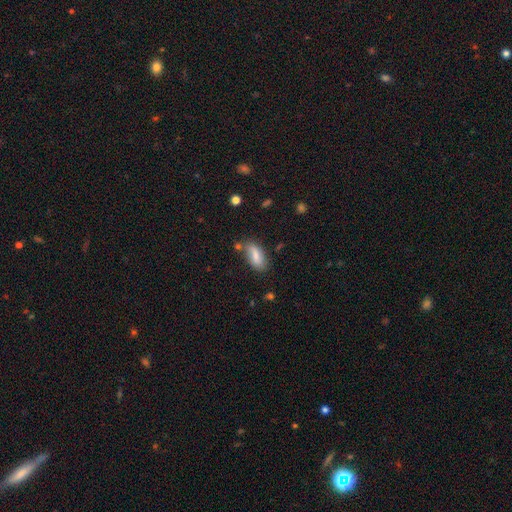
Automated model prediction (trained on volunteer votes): Overall: smooth (77%). How rounded: in between (84%). Merging: none (66%).